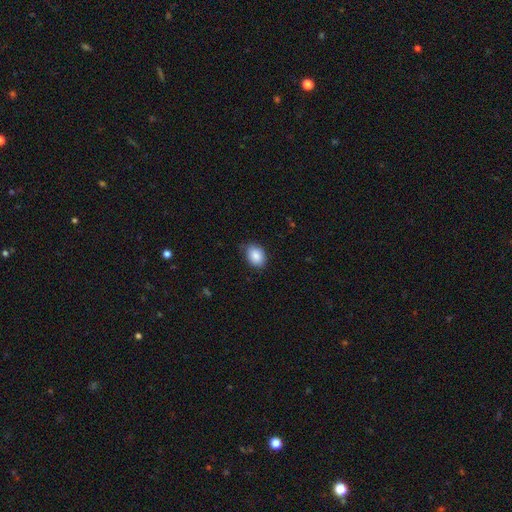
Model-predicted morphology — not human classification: Smooth or featured? smooth (87%)
How rounded? in between (75%)
Merging? none (77%)